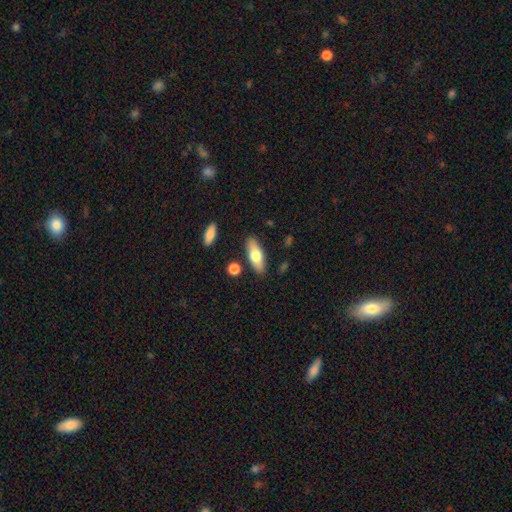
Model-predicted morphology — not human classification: A smooth galaxy with no disk features (68%) that is in between round and cigar-shaped (68%).

Vote fractions:
- Smooth or featured? smooth: 68% / featured or disk: 26% / star or artifact: 6%
- How rounded? in between: 68% / cigar-shaped: 29% / round: 3%
- Merging? none: 84% / minor disturbance: 10% / merger: 4% / major disturbance: 2%